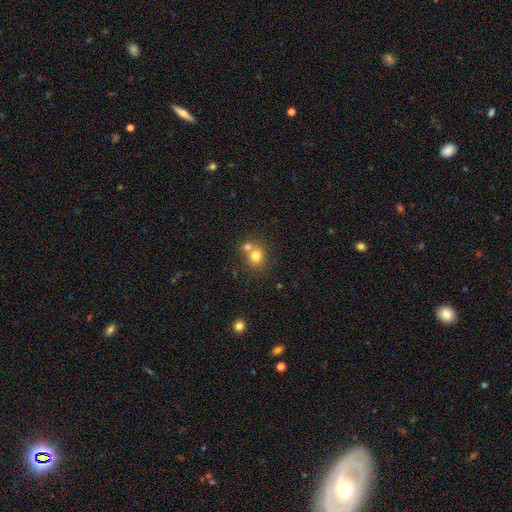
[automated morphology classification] This appears to be a smooth galaxy with no disk features (76%) that is round (80%). Merging: none (49%).